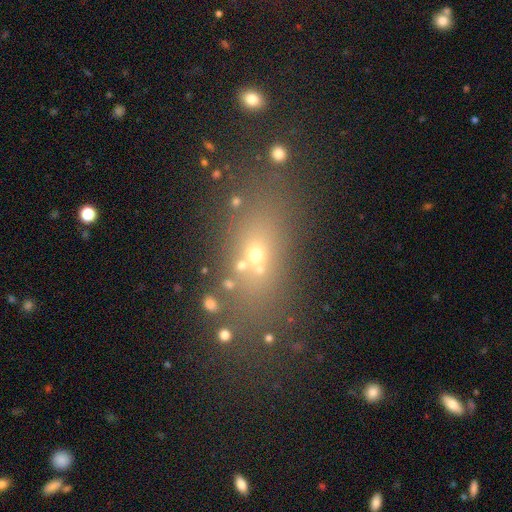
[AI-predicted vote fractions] Smooth or featured? smooth (50%)
Merging? none (64%)